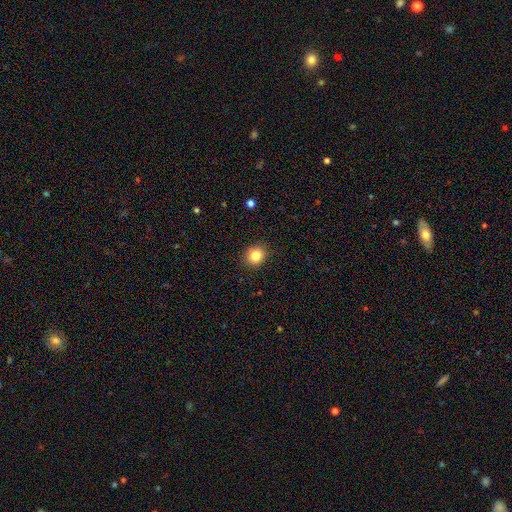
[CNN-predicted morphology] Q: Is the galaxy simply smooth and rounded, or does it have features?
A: smooth — 83%.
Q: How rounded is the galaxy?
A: round — 79%.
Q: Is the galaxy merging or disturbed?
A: none — 90%.